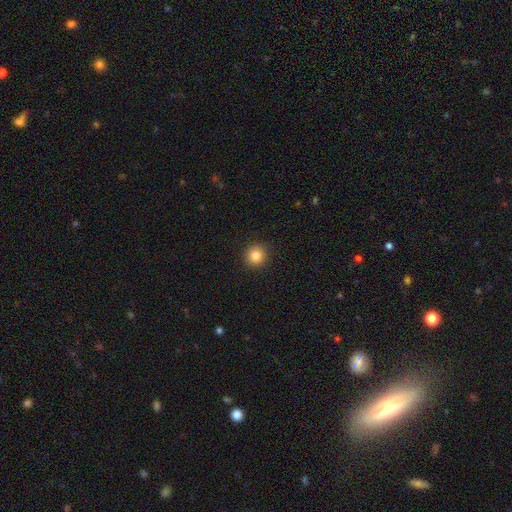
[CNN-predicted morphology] Smooth or featured: smooth — 84% (star or artifact — 11%)
How rounded: round — 93% (in between — 6%)
Merging: none — 92% (minor disturbance — 5%)